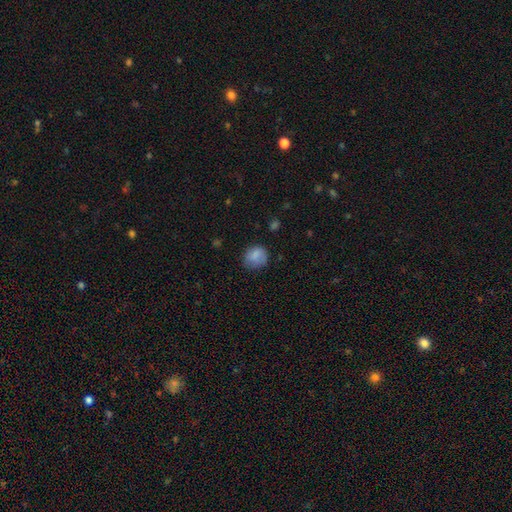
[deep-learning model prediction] A smooth galaxy with no disk features (82%) that is round (75%).

Vote fractions:
- Smooth or featured? smooth: 82% / featured or disk: 9% / star or artifact: 9%
- How rounded? round: 75% / in between: 24% / cigar-shaped: 1%
- Merging? none: 67% / minor disturbance: 24% / major disturbance: 7% / merger: 2%